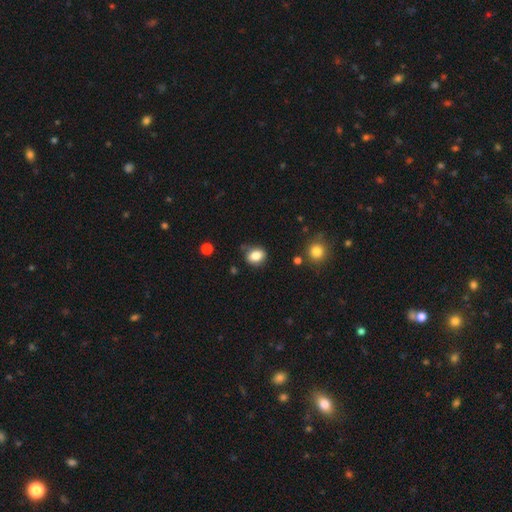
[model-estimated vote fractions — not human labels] Smooth or featured? Predicted: smooth (p=0.82). How rounded? Predicted: in between (p=0.57). Merging? Predicted: none (p=0.71).